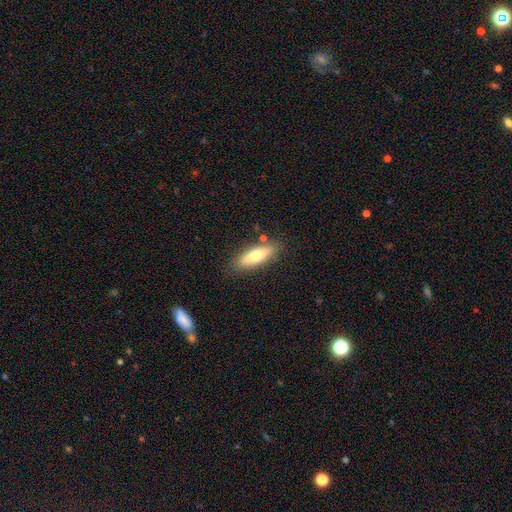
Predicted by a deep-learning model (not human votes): Morphology: type=smooth (64%); roundness=in between (50%); merging=none (83%).